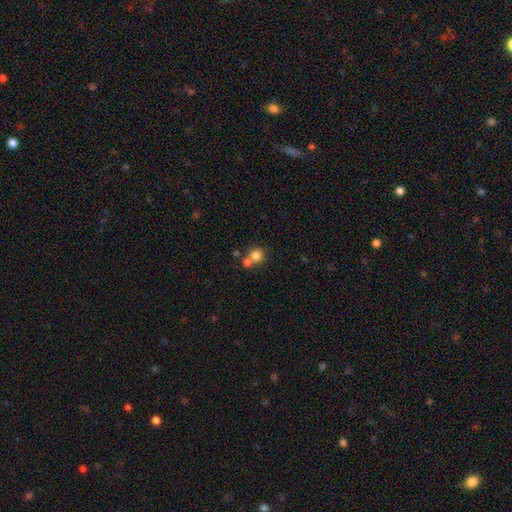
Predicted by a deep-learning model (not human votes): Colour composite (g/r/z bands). It shows a smooth galaxy with no disk features (79%) that is round (89%). Merging: none (52%).